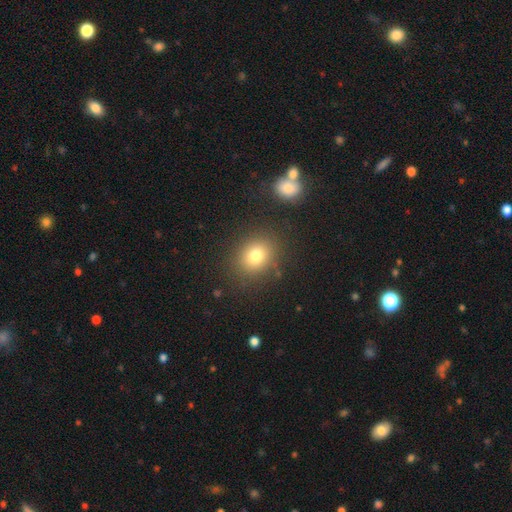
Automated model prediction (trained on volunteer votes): Morphology: type=smooth (79%); roundness=round (61%); merging=none (83%).